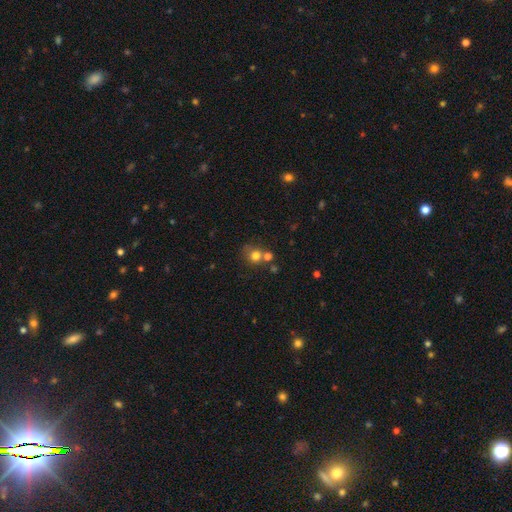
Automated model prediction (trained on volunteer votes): This appears to be a smooth galaxy with no disk features (75%) that is round (83%). Merging: none (51%).